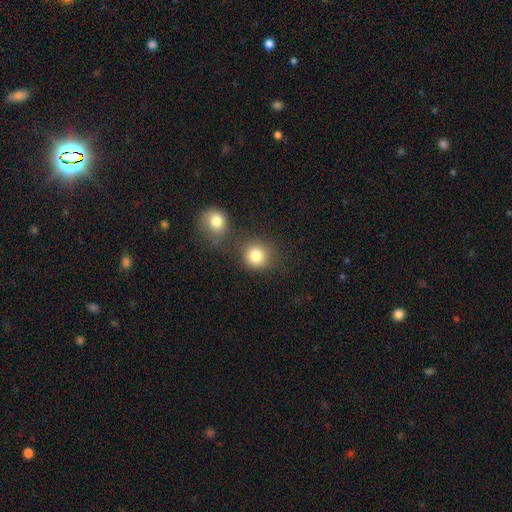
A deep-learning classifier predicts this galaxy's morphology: Smooth or featured? Predicted: smooth (p=0.82). How rounded? Predicted: round (p=0.88). Merging? Predicted: none (p=0.69).